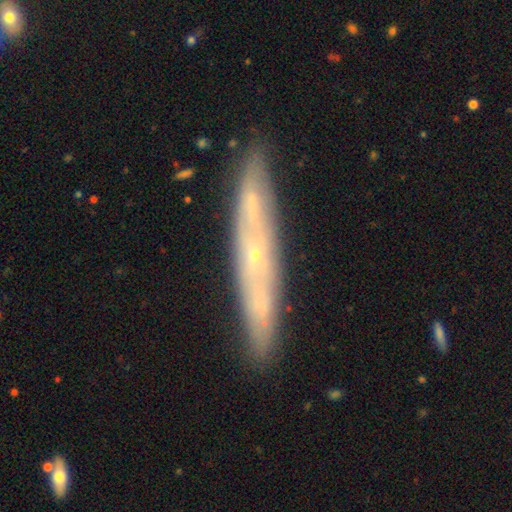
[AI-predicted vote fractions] smooth-or-featured: featured or disk: 70% | smooth: 23% | star or artifact: 7%
  disk-edge-on: yes: 68% | no: 32%
  merging: none: 86% | minor disturbance: 11% | major disturbance: 2% | merger: 2%